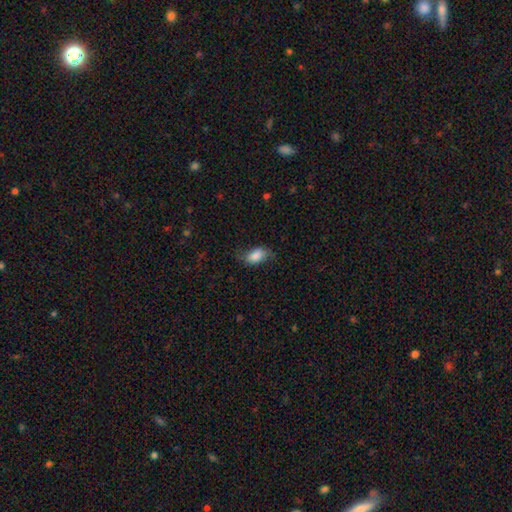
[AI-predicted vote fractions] smooth 80%, featured or disk 12%, star or artifact 7%. Down the decision tree: how rounded — in between (91%); merging — none (62%).